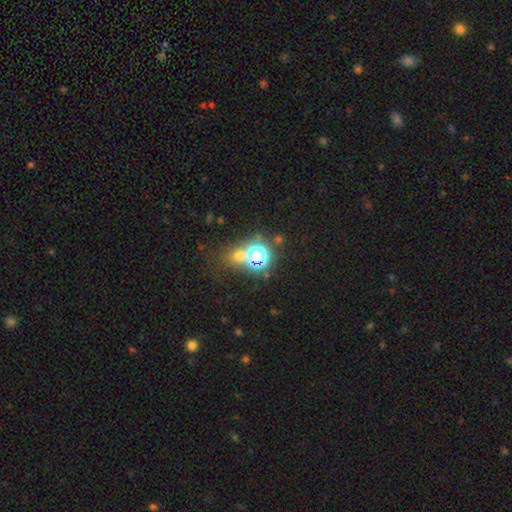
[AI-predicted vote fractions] smooth_or_featured: star or artifact (p=0.51) [alt: smooth p=0.40]